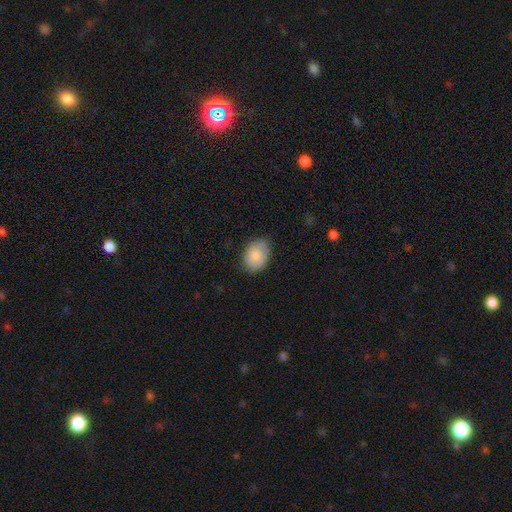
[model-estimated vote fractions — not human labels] Smooth or featured? Predicted: smooth (p=0.84). How rounded? Predicted: in between (p=0.77). Merging? Predicted: none (p=0.79).